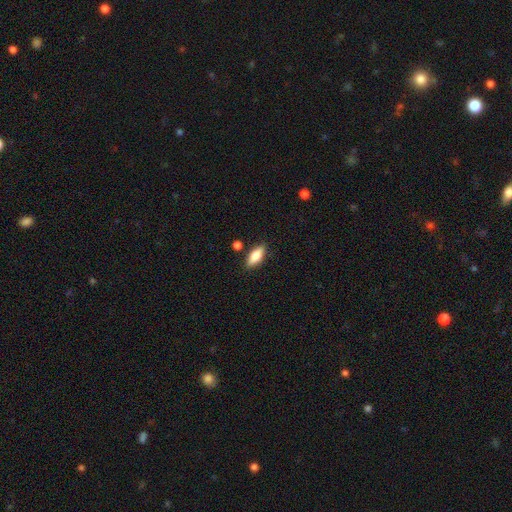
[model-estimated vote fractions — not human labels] Smooth or featured?
  - smooth: 75% *
  - featured or disk: 18%
  - star or artifact: 7%
How rounded?
  - in between: 77% *
  - cigar-shaped: 20%
  - round: 3%
Merging?
  - none: 83% *
  - minor disturbance: 11%
  - merger: 4%
  - major disturbance: 2%